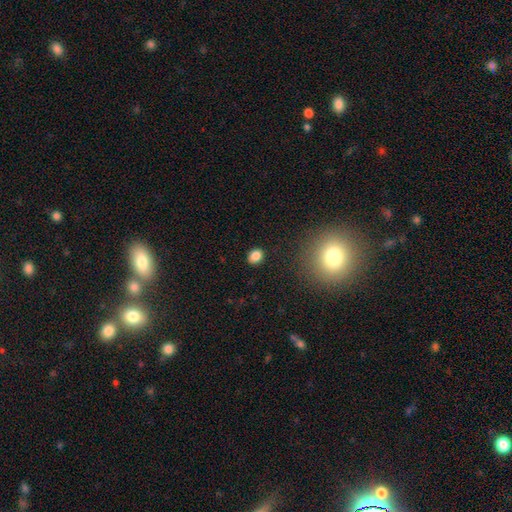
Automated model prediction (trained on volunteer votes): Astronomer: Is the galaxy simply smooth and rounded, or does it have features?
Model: smooth — 84%.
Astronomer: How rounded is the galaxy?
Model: round — 57% (runner-up: in between, 42%).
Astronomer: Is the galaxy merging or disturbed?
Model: none — 87%.